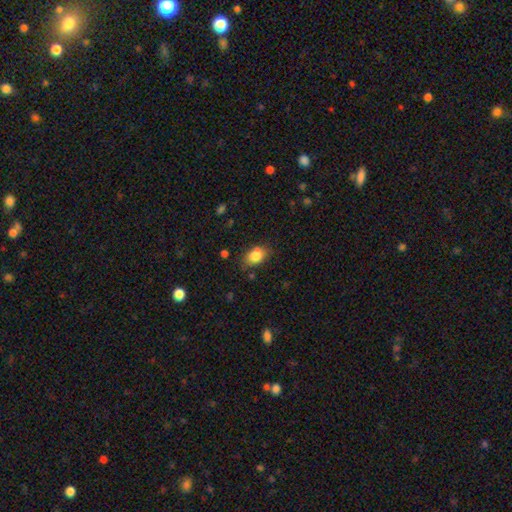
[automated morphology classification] smooth-or-featured: smooth: 84% | star or artifact: 8% | featured or disk: 8%
  how-rounded: in between: 79% | round: 20% | cigar-shaped: 1%
  merging: none: 76% | minor disturbance: 18% | major disturbance: 4% | merger: 2%